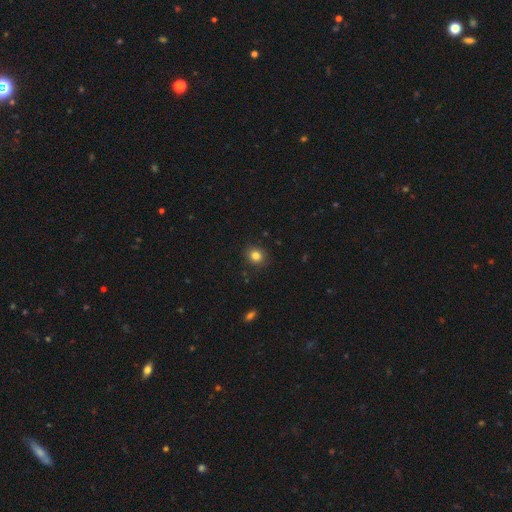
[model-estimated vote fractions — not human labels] Smooth or featured?
  - smooth: 82% *
  - star or artifact: 12%
  - featured or disk: 5%
How rounded?
  - round: 82% *
  - in between: 17%
  - cigar-shaped: 1%
Merging?
  - none: 90% *
  - minor disturbance: 7%
  - major disturbance: 2%
  - merger: 1%